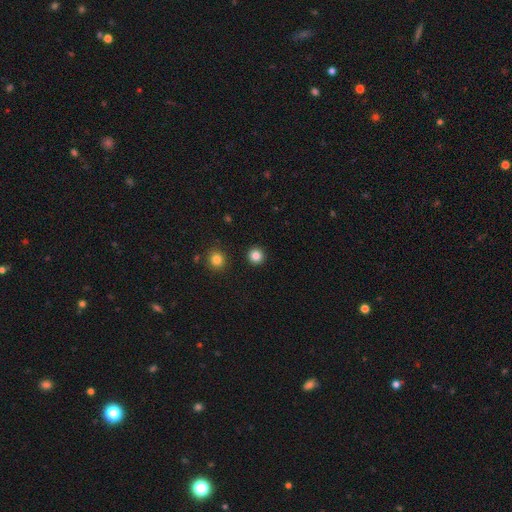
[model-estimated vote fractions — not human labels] Smooth or featured? Predicted: smooth (p=0.85). How rounded? Predicted: round (p=0.95). Merging? Predicted: none (p=0.93).